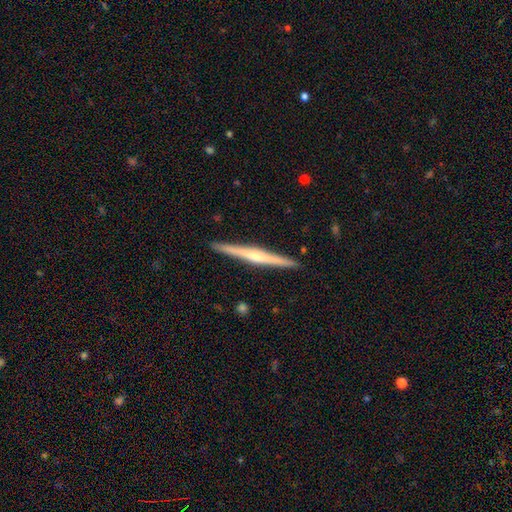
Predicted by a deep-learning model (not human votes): featured or disk 74%, smooth 21%, star or artifact 5%. Down the decision tree: edge-on disk — yes (98%); edge-on bulge — rounded (77%); merging — none (92%).